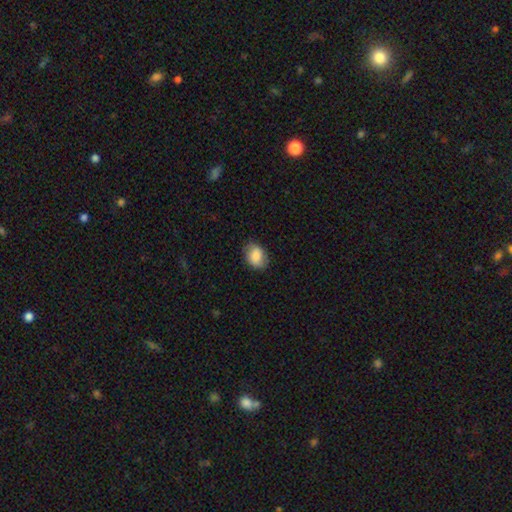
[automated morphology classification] smooth-or-featured: smooth: 83% | featured or disk: 10% | star or artifact: 7%
  how-rounded: in between: 69% | round: 30% | cigar-shaped: 1%
  merging: none: 82% | minor disturbance: 14% | major disturbance: 3% | merger: 1%